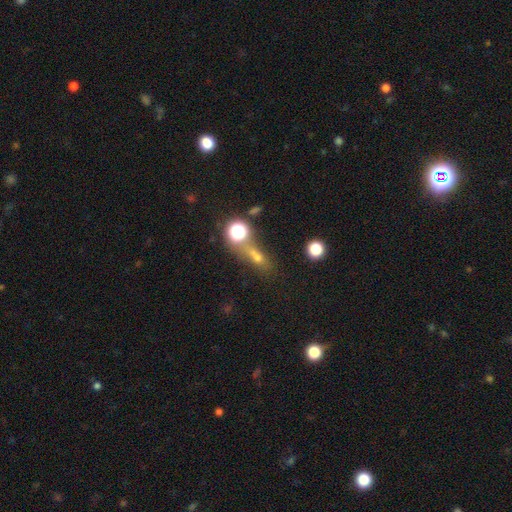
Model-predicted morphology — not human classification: Q: Smooth or featured?
A: smooth (47%); runner-up: star or artifact (32%)
Q: Merging?
A: none (44%); runner-up: merger (34%)